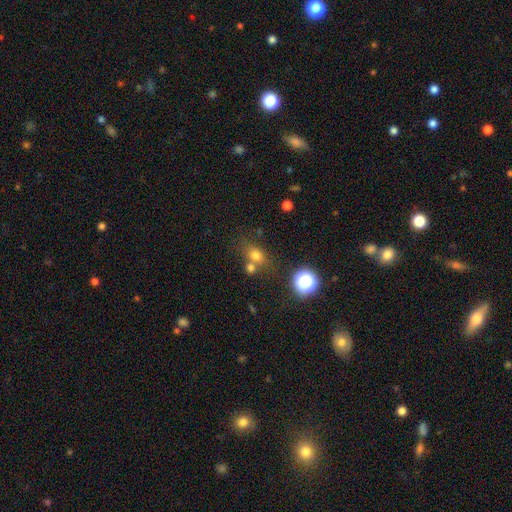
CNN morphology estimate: A smooth galaxy with no disk features (72%) that is round (49%). Merging: none (55%).